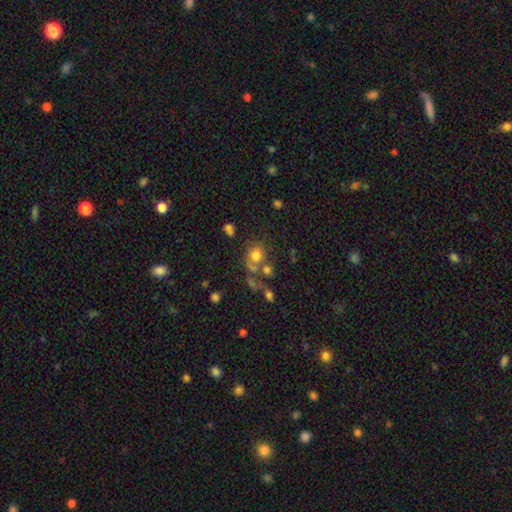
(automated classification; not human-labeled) This appears to be a smooth galaxy with no disk features (70%) that is round (73%). Merging: none (42%).